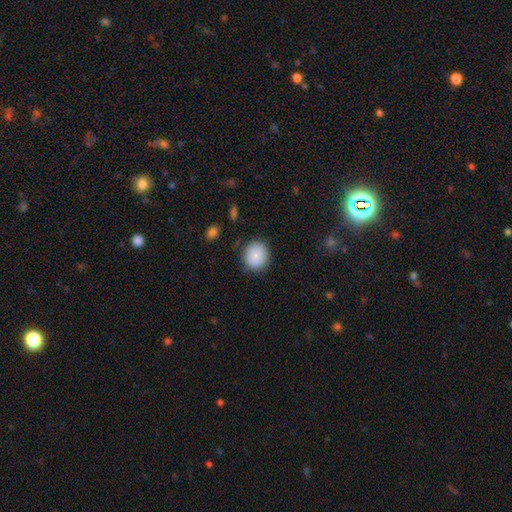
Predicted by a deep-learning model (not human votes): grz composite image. It shows a smooth galaxy with no disk features (87%) that is round (76%). Merging: none (85%).